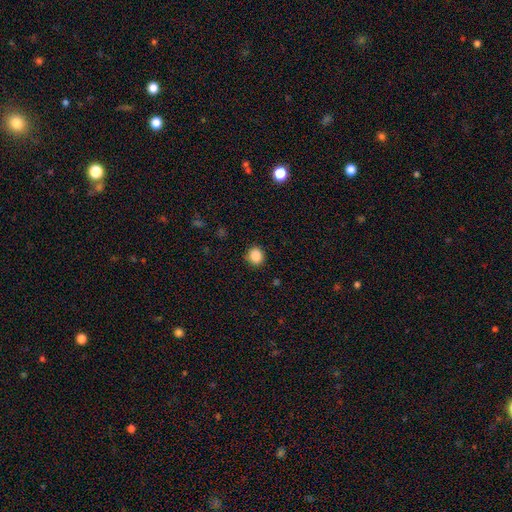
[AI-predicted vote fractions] smooth_or_featured: smooth (p=0.86) [alt: star or artifact p=0.10]
how_rounded: round (p=0.83) [alt: in between p=0.16]
merging: none (p=0.89) [alt: minor disturbance p=0.08]